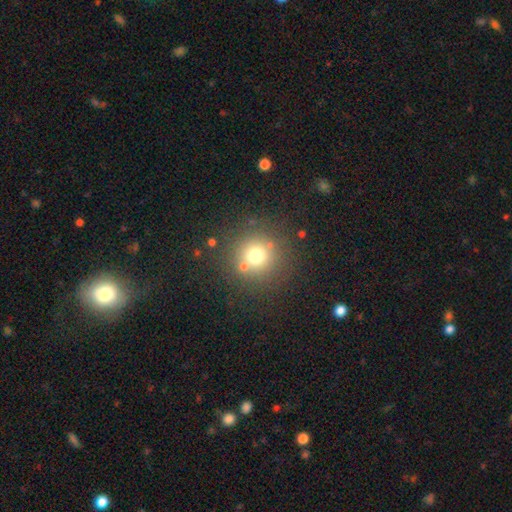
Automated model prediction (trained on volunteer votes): Overall: smooth (70%). How rounded: round (94%). Merging: none (79%).